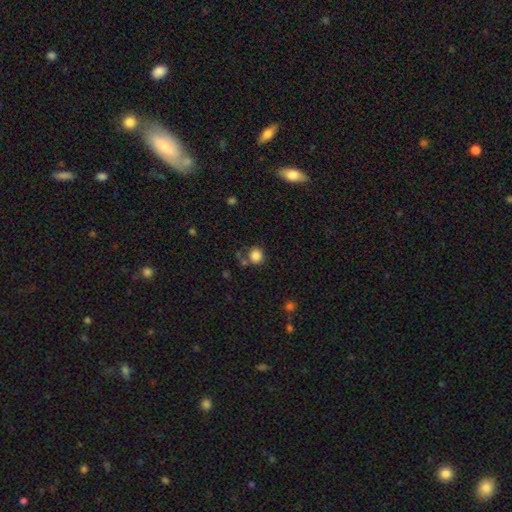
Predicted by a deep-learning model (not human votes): Smooth or featured? Predicted: smooth (p=0.85). How rounded? Predicted: round (p=0.88). Merging? Predicted: none (p=0.68).